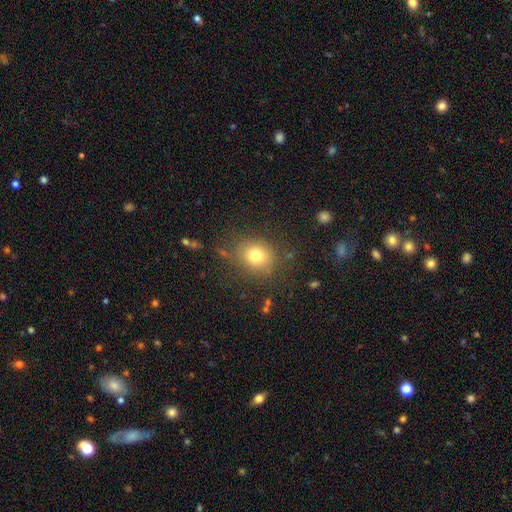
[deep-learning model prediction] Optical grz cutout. It shows a smooth galaxy with no disk features (76%) that is round (71%). Merging: none (79%).